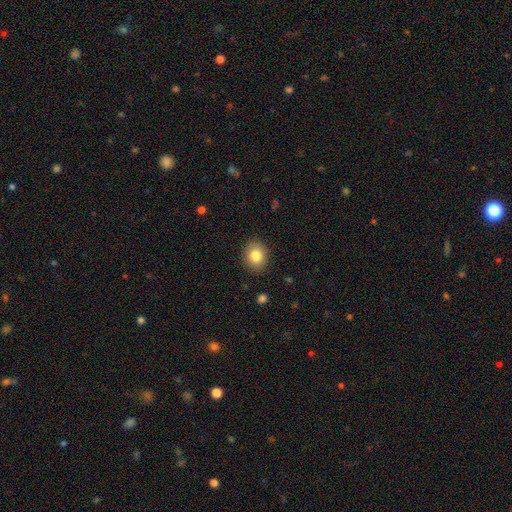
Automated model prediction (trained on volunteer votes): smooth 83%, star or artifact 9%, featured or disk 8%. Down the decision tree: how rounded — round (62%); merging — none (89%).